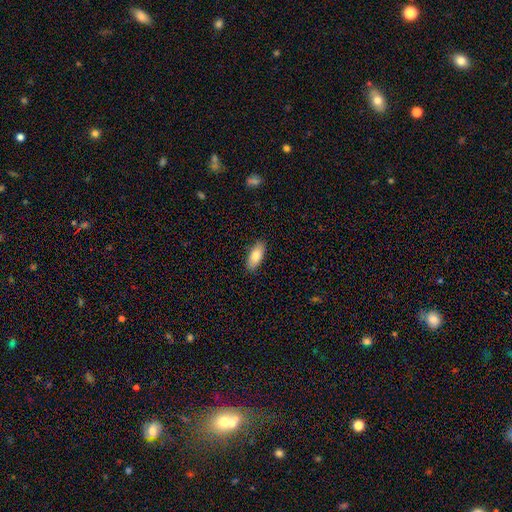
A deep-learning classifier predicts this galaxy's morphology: A smooth galaxy with no disk features (79%) that is in between round and cigar-shaped (81%).

Vote fractions:
- Smooth or featured? smooth: 79% / featured or disk: 14% / star or artifact: 6%
- How rounded? in between: 81% / cigar-shaped: 17% / round: 2%
- Merging? none: 88% / minor disturbance: 9% / major disturbance: 2% / merger: 1%